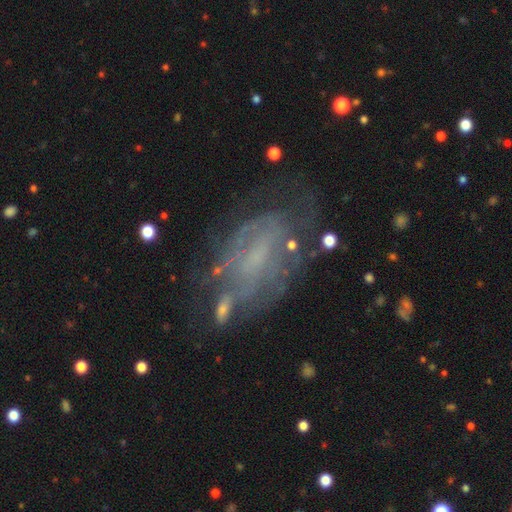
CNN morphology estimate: featured or disk 66%, smooth 21%, star or artifact 13%. Down the decision tree: edge-on disk — no (93%); bar — no (53%); spiral arms — yes (63%); bulge size — none (48%); merging — none (53%).